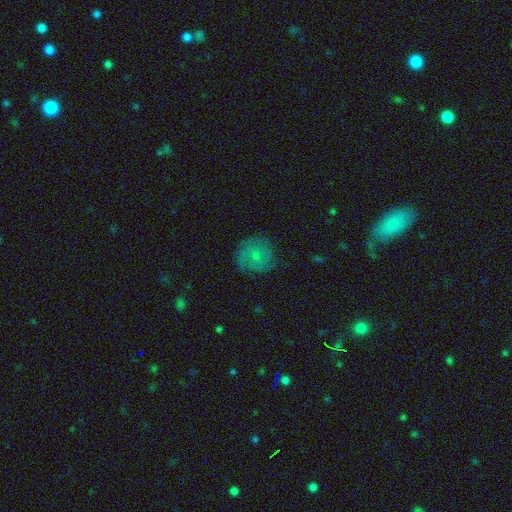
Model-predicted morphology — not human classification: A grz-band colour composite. It shows a smooth galaxy with no disk features (61%) that is round (88%). Merging: none (72%).